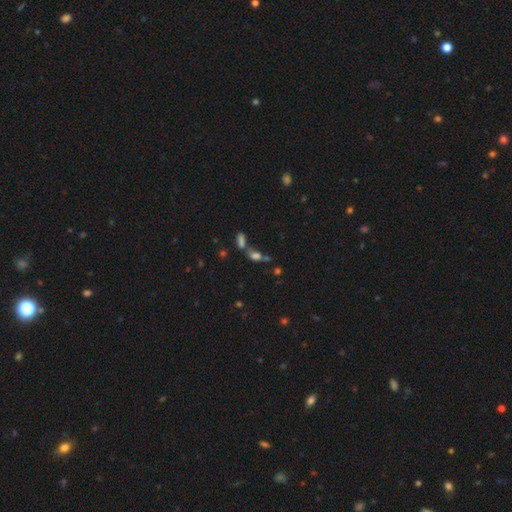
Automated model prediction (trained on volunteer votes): Smooth or featured?
  - smooth: 64% *
  - star or artifact: 21%
  - featured or disk: 15%
How rounded?
  - in between: 74% *
  - cigar-shaped: 14%
  - round: 13%
Merging?
  - merger: 45% *
  - none: 37%
  - minor disturbance: 11%
  - major disturbance: 8%